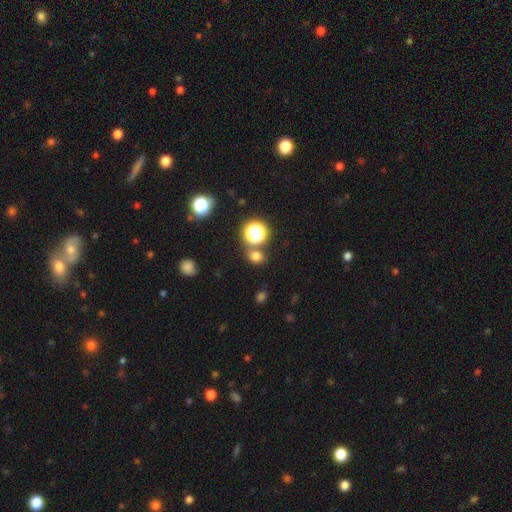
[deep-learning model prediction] Smooth or featured? Predicted: smooth (p=0.69). How rounded? Predicted: round (p=0.71). Merging? Predicted: none (p=0.73).